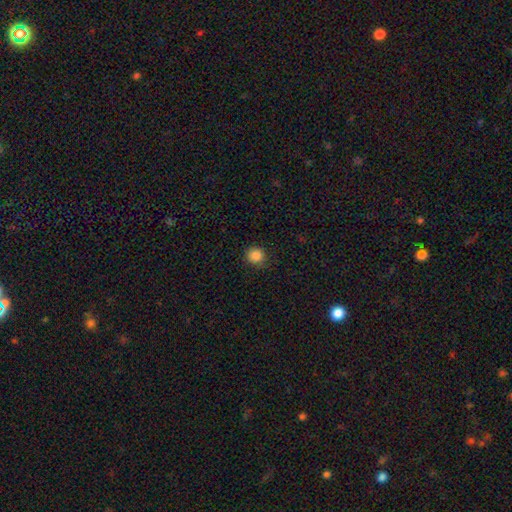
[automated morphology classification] Overall: smooth (85%). How rounded: round (90%). Merging: none (87%).